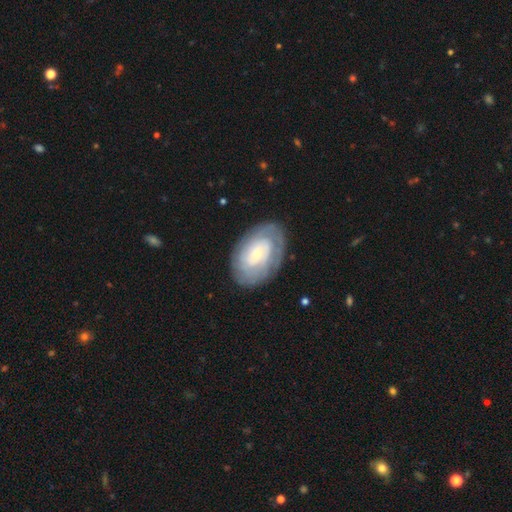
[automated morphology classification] A featured or disk galaxy (61%) with no bar (70%), spiral arms (73%) and a small central bulge (65%).

Vote fractions:
- Smooth or featured? featured or disk: 61% / smooth: 31% / star or artifact: 7%
- Edge-on disk? no: 95% / yes: 5%
- Bar? no: 70% / weak: 24% / strong: 6%
- Spiral arms? yes: 73% / no: 27%
- Bulge size? small: 65% / moderate: 28% / large: 4% / none: 2% / dominant: 1%
- Merging? none: 78% / minor disturbance: 15% / major disturbance: 5% / merger: 1%